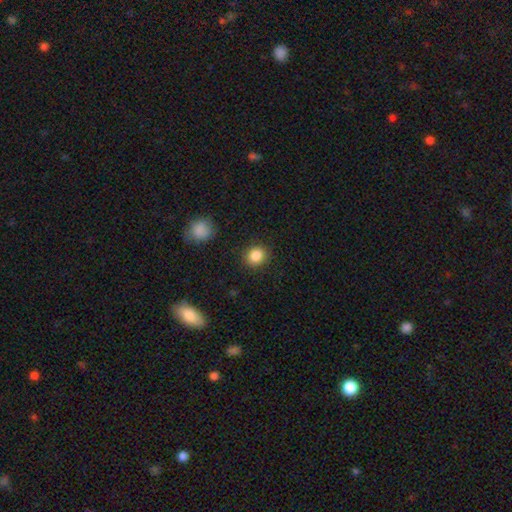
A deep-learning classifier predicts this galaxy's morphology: A smooth galaxy with no disk features (86%) that is round (82%).

Vote fractions:
- Smooth or featured? smooth: 86% / star or artifact: 10% / featured or disk: 4%
- How rounded? round: 82% / in between: 17% / cigar-shaped: 1%
- Merging? none: 89% / minor disturbance: 7% / major disturbance: 3% / merger: 1%